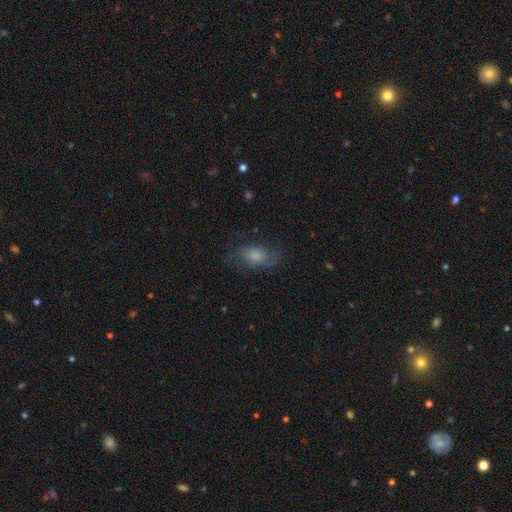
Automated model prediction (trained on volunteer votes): Morphology: type=smooth (52%); roundness=in between (85%); merging=none (62%).